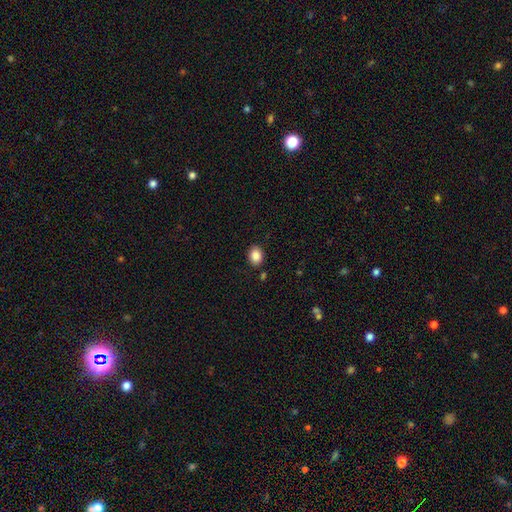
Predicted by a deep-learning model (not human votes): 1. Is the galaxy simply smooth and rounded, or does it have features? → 86% smooth, 9% star or artifact, 5% featured or disk.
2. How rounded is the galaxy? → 60% in between, 40% round, 1% cigar-shaped.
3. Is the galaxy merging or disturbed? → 86% none, 9% minor disturbance, 3% merger, 2% major disturbance.